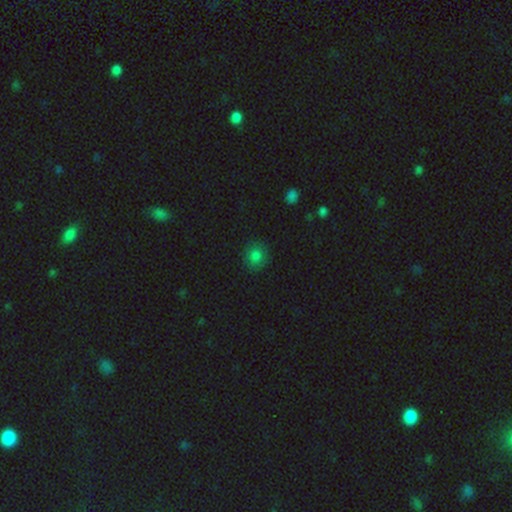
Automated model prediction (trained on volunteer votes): Smooth or featured? smooth (77%)
How rounded? round (83%)
Merging? none (86%)